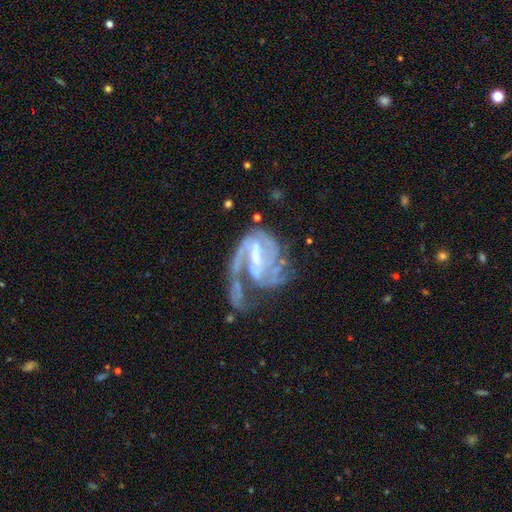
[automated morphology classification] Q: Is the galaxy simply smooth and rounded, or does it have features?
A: featured or disk — 86%.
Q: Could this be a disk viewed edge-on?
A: no — 98%.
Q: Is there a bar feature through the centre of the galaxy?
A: weak — 50%.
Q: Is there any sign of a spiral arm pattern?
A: yes — 89%.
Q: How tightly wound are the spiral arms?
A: medium — 41%.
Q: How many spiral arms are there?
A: can't tell — 28%.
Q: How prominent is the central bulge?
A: small — 44%.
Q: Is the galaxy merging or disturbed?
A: major disturbance — 45%.